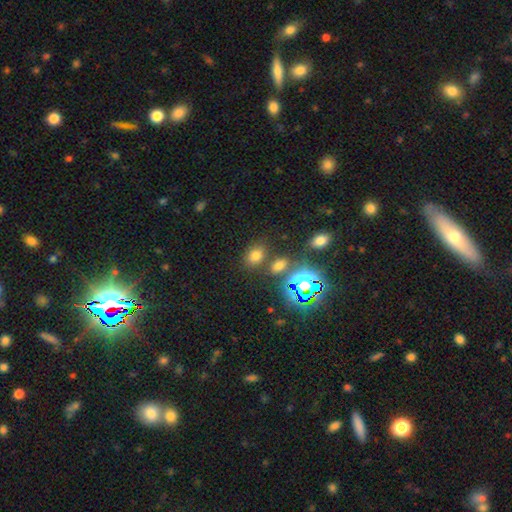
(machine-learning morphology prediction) This is likely a smooth galaxy (66%). How rounded: likely in between (65%). Merging: likely none (73%).